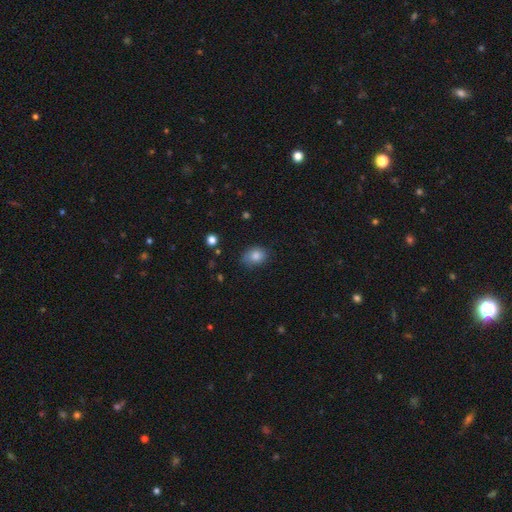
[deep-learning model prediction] A smooth galaxy with no disk features (82%) that is in between round and cigar-shaped (58%). Merging: none (72%).